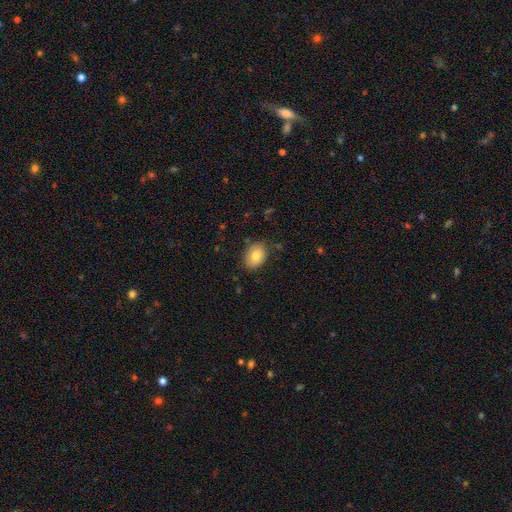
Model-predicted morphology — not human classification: Smooth or featured?
  - smooth: 80% *
  - featured or disk: 12%
  - star or artifact: 8%
How rounded?
  - in between: 72% *
  - round: 27%
  - cigar-shaped: 1%
Merging?
  - none: 81% *
  - minor disturbance: 15%
  - major disturbance: 3%
  - merger: 1%